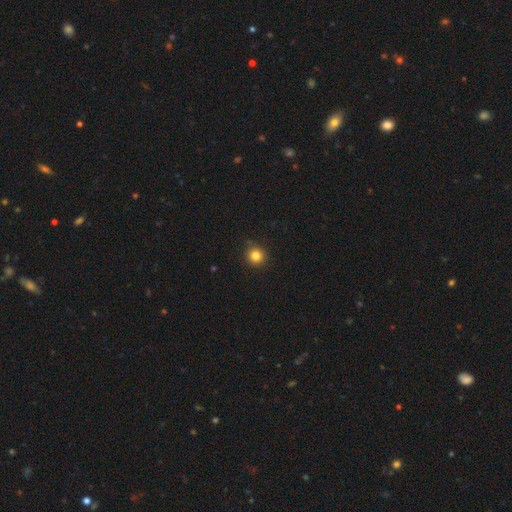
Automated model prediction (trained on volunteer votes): smooth-or-featured: smooth: 83% | star or artifact: 12% | featured or disk: 5%
  how-rounded: round: 93% | in between: 6% | cigar-shaped: 1%
  merging: none: 86% | minor disturbance: 10% | major disturbance: 2% | merger: 1%